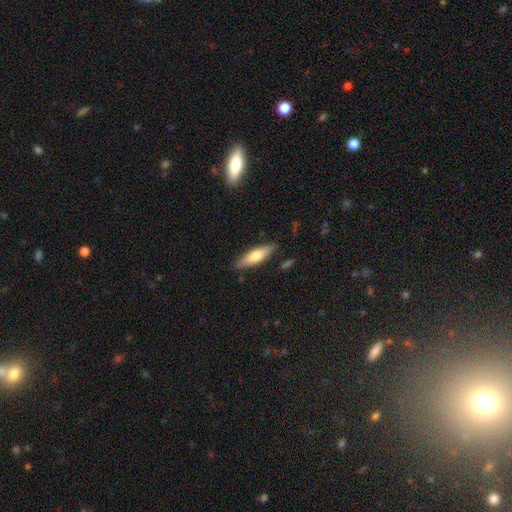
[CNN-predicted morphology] Smooth or featured? smooth (67%)
How rounded? cigar-shaped (59%)
Merging? none (86%)